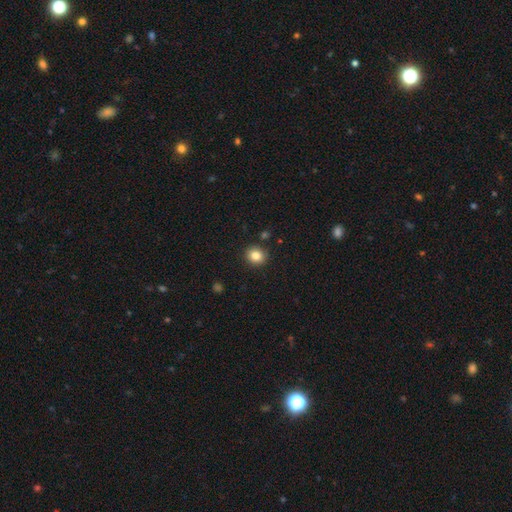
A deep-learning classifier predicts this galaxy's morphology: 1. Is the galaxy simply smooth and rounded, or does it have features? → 83% smooth, 11% star or artifact, 6% featured or disk.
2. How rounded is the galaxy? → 79% round, 20% in between, 1% cigar-shaped.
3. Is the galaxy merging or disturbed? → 87% none, 8% minor disturbance, 3% merger, 2% major disturbance.